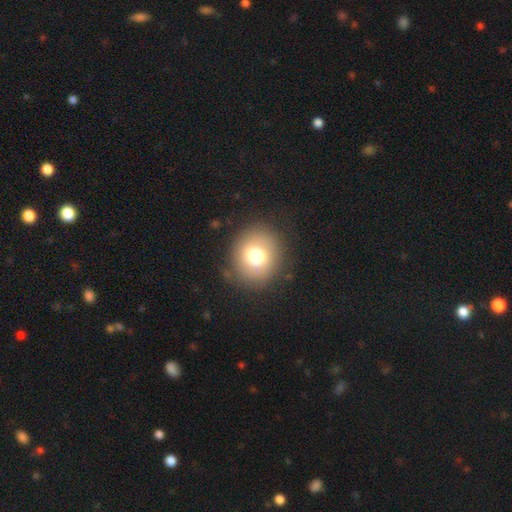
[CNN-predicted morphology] This is likely a smooth galaxy (75%). How rounded: clearly round (84%). Merging: clearly none (84%).